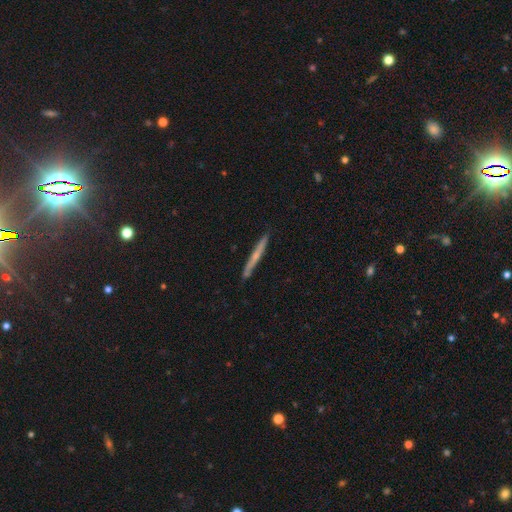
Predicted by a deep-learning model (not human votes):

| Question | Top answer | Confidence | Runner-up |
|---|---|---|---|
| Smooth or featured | featured or disk | 53% | smooth (41%) |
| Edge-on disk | yes | 96% | no (4%) |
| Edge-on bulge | none | 58% | rounded (37%) |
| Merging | none | 89% | minor disturbance (8%) |